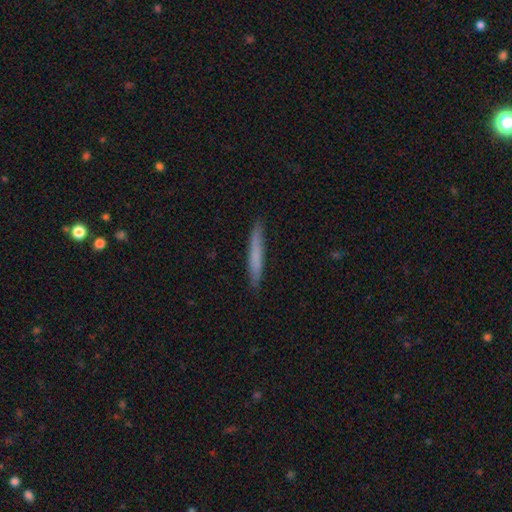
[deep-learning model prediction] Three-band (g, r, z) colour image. It shows a smooth galaxy with no disk features (68%) that is cigar-shaped (96%). Merging: none (90%).